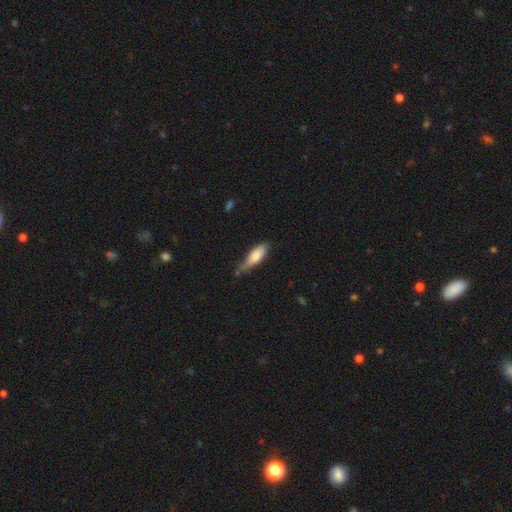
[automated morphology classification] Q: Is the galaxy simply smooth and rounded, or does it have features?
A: smooth — 76%.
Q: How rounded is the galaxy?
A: in between — 63%.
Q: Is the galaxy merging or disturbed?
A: none — 43%.